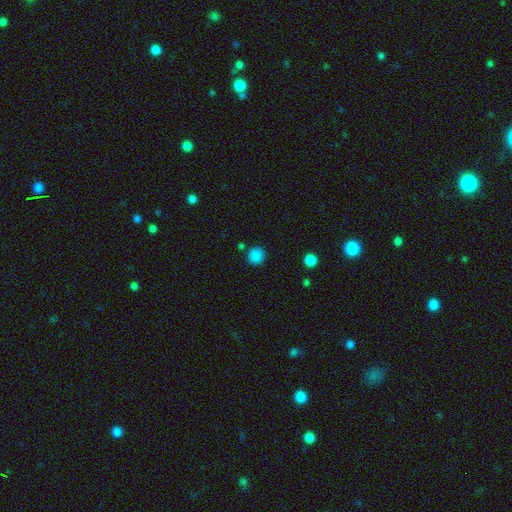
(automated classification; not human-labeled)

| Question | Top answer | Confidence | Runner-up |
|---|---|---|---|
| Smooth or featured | smooth | 86% | star or artifact (11%) |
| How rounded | round | 91% | in between (8%) |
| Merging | none | 84% | minor disturbance (9%) |